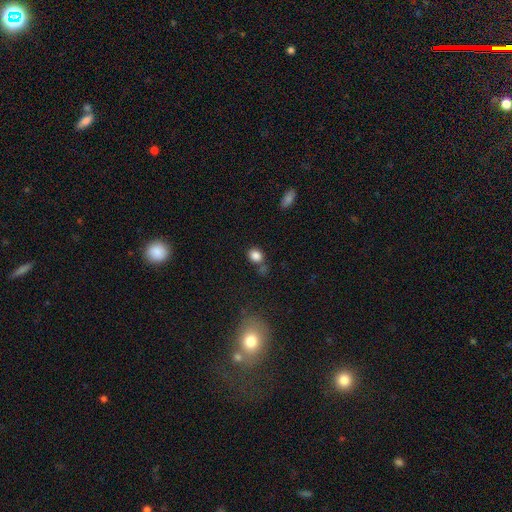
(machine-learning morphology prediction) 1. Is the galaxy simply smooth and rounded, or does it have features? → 83% smooth, 12% star or artifact, 5% featured or disk.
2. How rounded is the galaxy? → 53% round, 46% in between, 1% cigar-shaped.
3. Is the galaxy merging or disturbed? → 65% none, 15% merger, 15% minor disturbance, 5% major disturbance.